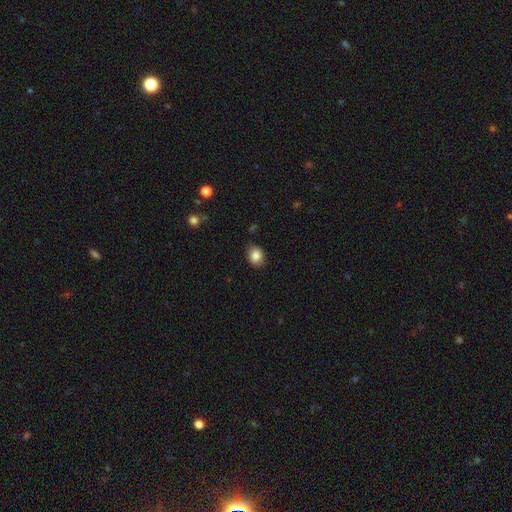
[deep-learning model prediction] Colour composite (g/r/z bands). It shows a smooth galaxy with no disk features (85%) that is in between round and cigar-shaped (52%). Merging: none (81%).